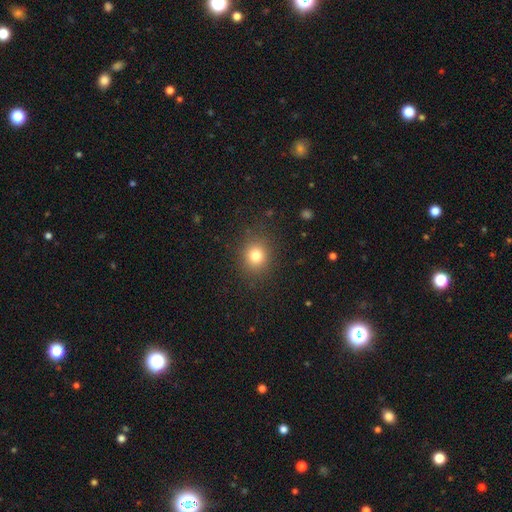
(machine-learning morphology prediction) smooth-or-featured: smooth: 79% | star or artifact: 13% | featured or disk: 7%
  how-rounded: round: 78% | in between: 21% | cigar-shaped: 1%
  merging: none: 86% | minor disturbance: 9% | major disturbance: 4% | merger: 1%